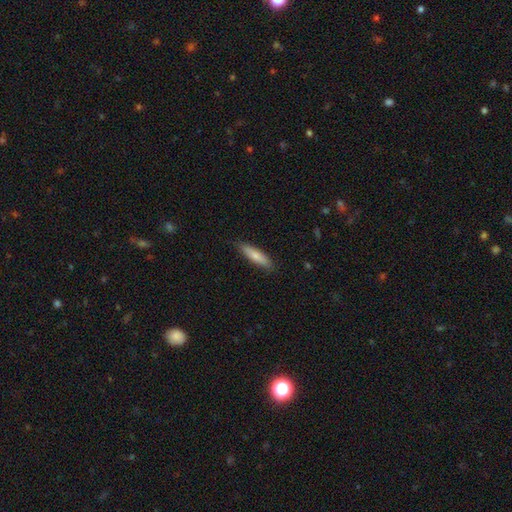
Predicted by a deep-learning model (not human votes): smooth_or_featured: smooth (p=0.77) [alt: featured or disk p=0.17]
how_rounded: cigar-shaped (p=0.74) [alt: in between p=0.24]
merging: none (p=0.86) [alt: minor disturbance p=0.11]